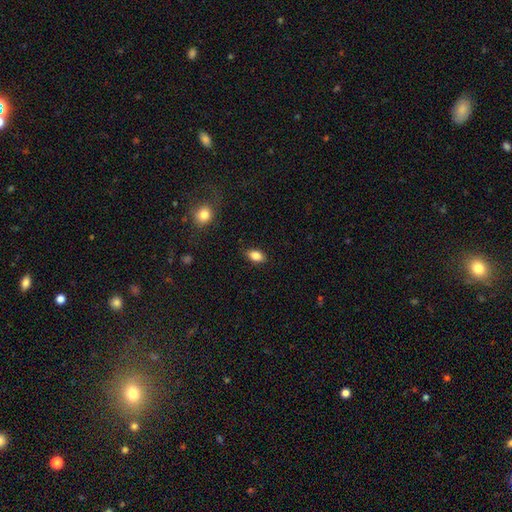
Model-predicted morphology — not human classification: A smooth galaxy with no disk features (85%) that is in between round and cigar-shaped (88%).

Vote fractions:
- Smooth or featured? smooth: 85% / star or artifact: 9% / featured or disk: 6%
- How rounded? in between: 88% / round: 9% / cigar-shaped: 3%
- Merging? none: 86% / minor disturbance: 11% / major disturbance: 2% / merger: 1%